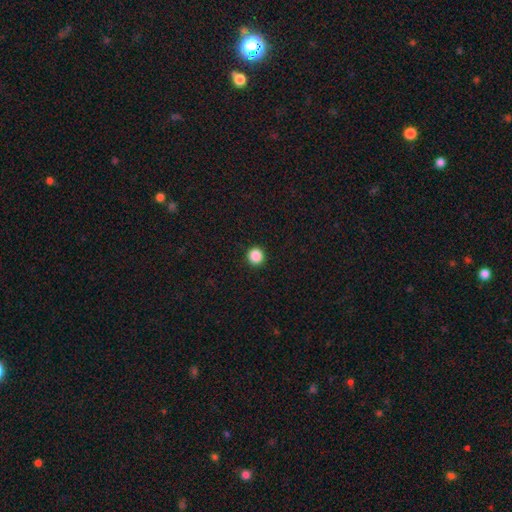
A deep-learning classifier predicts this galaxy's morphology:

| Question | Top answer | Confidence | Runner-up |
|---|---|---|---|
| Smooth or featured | smooth | 88% | star or artifact (10%) |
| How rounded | round | 95% | in between (4%) |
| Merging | none | 93% | minor disturbance (4%) |